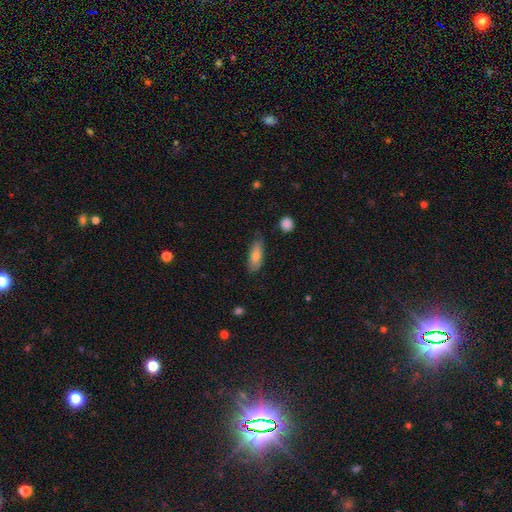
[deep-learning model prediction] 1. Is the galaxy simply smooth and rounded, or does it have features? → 74% smooth, 19% featured or disk, 7% star or artifact.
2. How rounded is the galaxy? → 73% in between, 24% cigar-shaped, 3% round.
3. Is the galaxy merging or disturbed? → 74% none, 20% minor disturbance, 4% major disturbance, 2% merger.